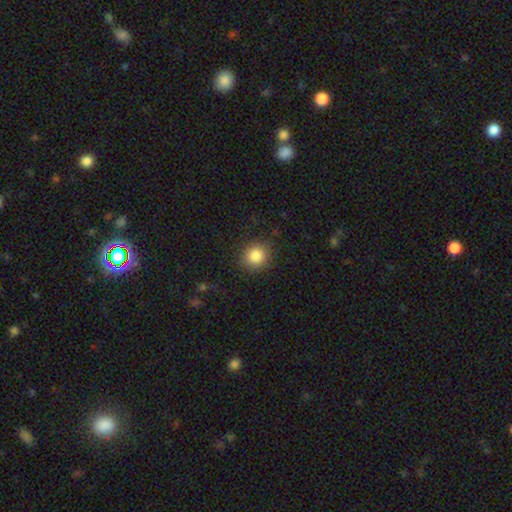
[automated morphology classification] Smooth or featured?
  - smooth: 85% *
  - star or artifact: 10%
  - featured or disk: 5%
How rounded?
  - round: 86% *
  - in between: 13%
  - cigar-shaped: 1%
Merging?
  - none: 86% *
  - minor disturbance: 10%
  - major disturbance: 3%
  - merger: 1%